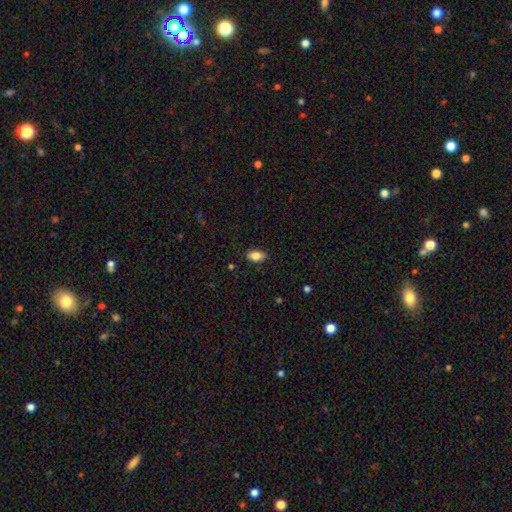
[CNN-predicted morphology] This appears to be a smooth galaxy with no disk features (84%) that is in between round and cigar-shaped (90%). Merging: none (84%).